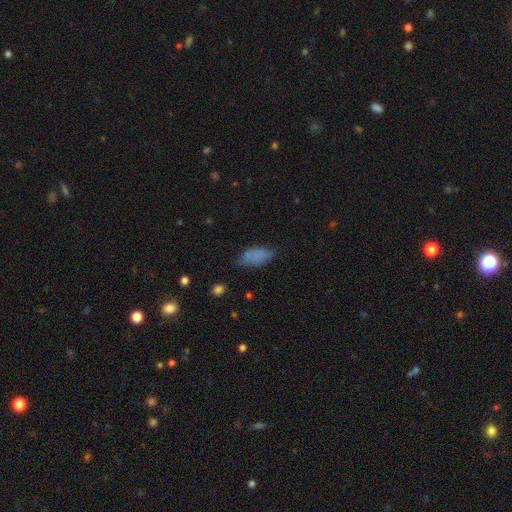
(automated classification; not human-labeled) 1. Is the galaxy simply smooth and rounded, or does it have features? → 77% smooth, 13% featured or disk, 11% star or artifact.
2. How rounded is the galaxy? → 89% in between, 8% cigar-shaped, 3% round.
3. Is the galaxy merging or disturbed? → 55% none, 29% minor disturbance, 10% major disturbance, 5% merger.